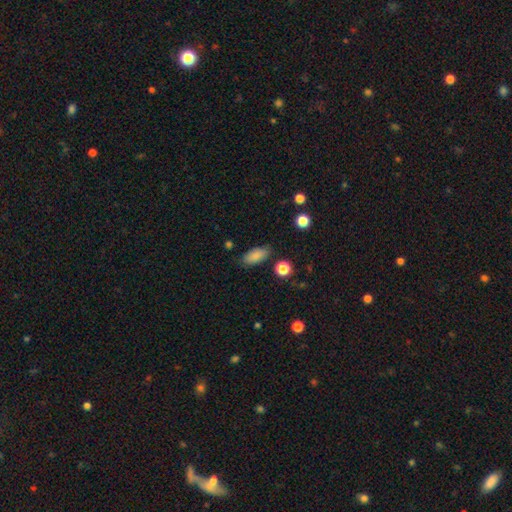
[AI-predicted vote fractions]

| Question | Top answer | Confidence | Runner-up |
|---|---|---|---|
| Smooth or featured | smooth | 86% | star or artifact (8%) |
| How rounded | in between | 84% | cigar-shaped (12%) |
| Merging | none | 82% | minor disturbance (12%) |